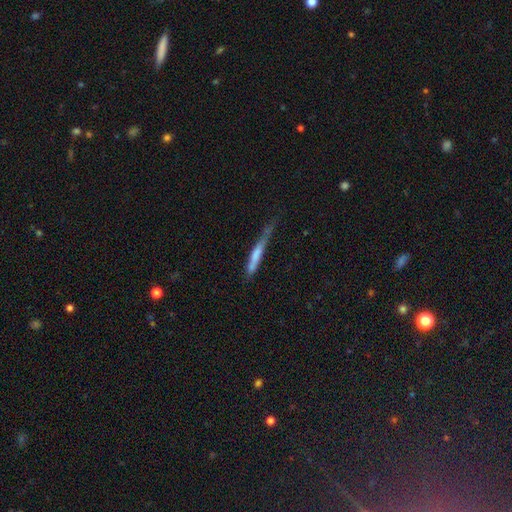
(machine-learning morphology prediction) smooth_or_featured: smooth (p=0.61) [alt: featured or disk p=0.32]
how_rounded: cigar-shaped (p=0.93) [alt: in between p=0.05]
merging: none (p=0.43) [alt: minor disturbance p=0.34]